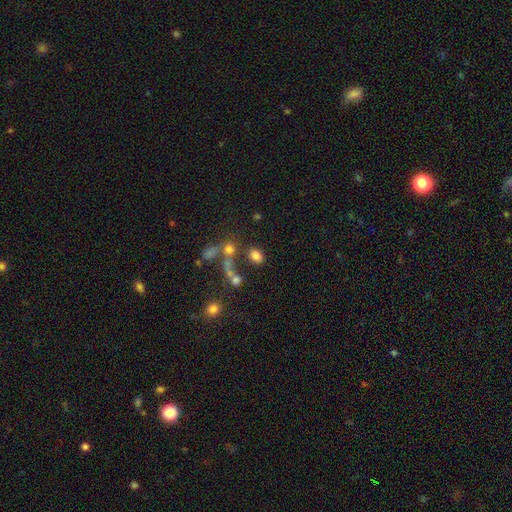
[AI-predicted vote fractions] Smooth or featured? Predicted: smooth (p=0.77). How rounded? Predicted: in between (p=0.68). Merging? Predicted: none (p=0.63).